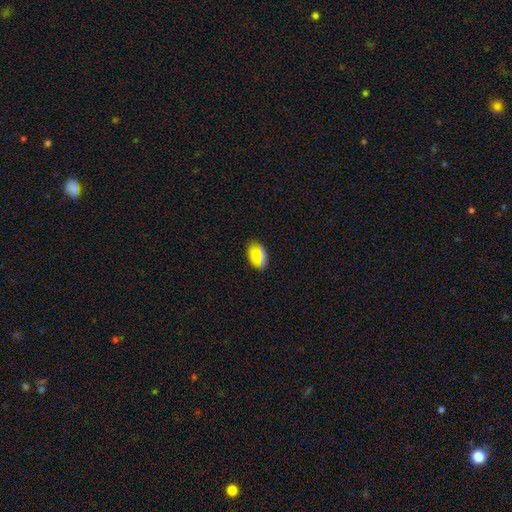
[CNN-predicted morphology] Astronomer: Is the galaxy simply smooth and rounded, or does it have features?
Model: smooth — 74%.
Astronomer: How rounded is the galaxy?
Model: in between — 88%.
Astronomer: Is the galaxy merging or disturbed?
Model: none — 84%.